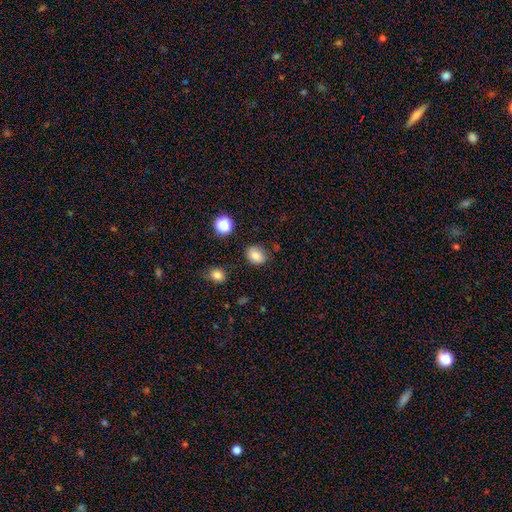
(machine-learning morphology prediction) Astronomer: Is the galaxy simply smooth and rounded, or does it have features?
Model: smooth — 82%.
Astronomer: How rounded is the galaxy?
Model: in between — 59% (runner-up: round, 40%).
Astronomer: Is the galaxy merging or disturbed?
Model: none — 80%.